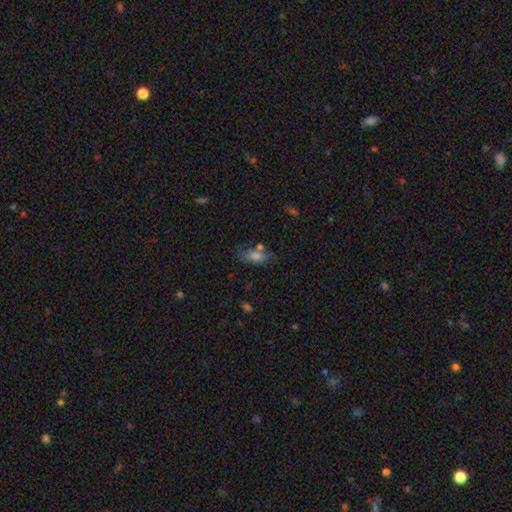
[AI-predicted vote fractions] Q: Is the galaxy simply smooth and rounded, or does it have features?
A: smooth — 68%.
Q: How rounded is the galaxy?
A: in between — 82%.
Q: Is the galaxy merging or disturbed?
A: none — 57%.